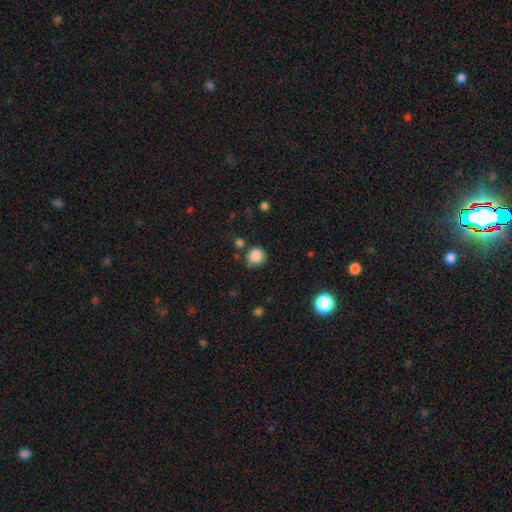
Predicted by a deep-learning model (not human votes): The model was most divided on "merging": none: 75%, minor disturbance: 15%, merger: 5%, major disturbance: 4%. More confident: how rounded — round (88%); smooth or featured — smooth (86%).